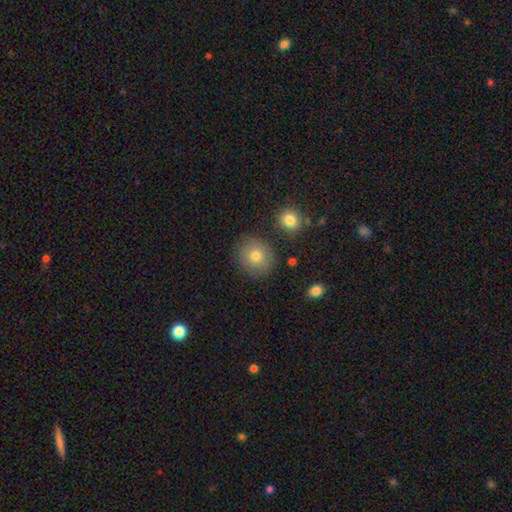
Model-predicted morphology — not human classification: Smooth or featured? Predicted: smooth (p=0.77). How rounded? Predicted: round (p=0.85). Merging? Predicted: none (p=0.84).